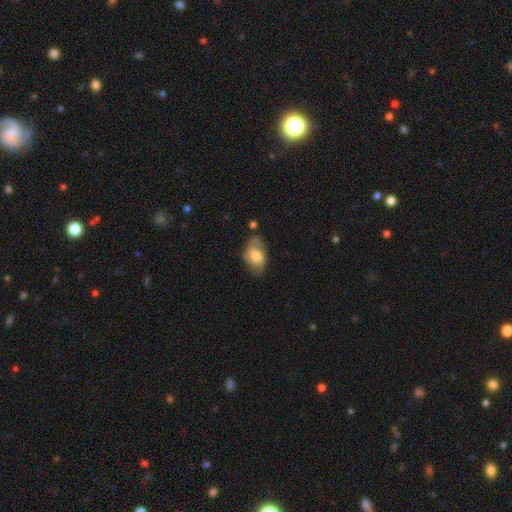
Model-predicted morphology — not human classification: This appears to be a smooth galaxy with no disk features (59%) that is in between round and cigar-shaped (89%). Merging: none (60%).